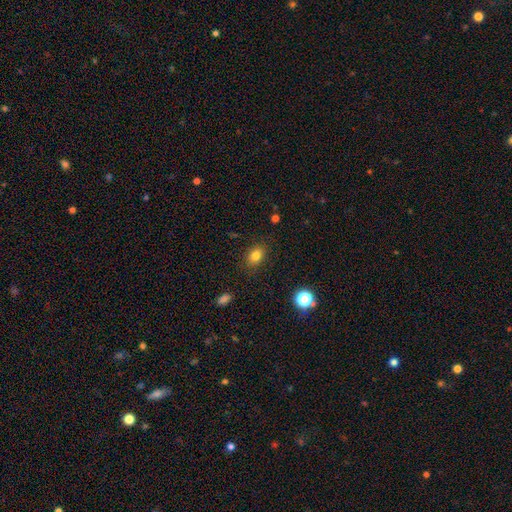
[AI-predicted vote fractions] Q: Smooth or featured?
A: smooth (81%); runner-up: star or artifact (12%)
Q: How rounded?
A: in between (67%); runner-up: round (32%)
Q: Merging?
A: none (85%); runner-up: minor disturbance (11%)